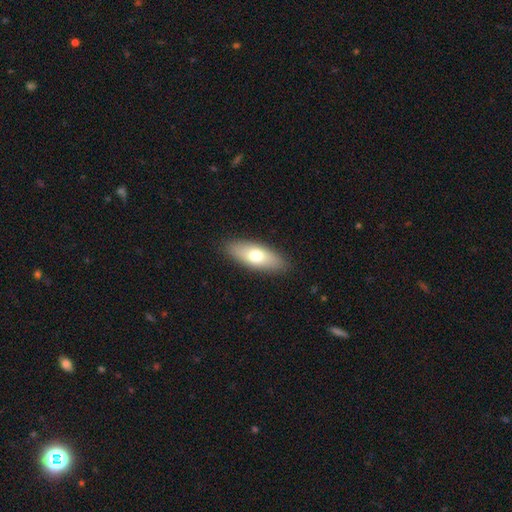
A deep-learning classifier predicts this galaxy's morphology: Smooth or featured? Predicted: smooth (p=0.70). How rounded? Predicted: in between (p=0.71). Merging? Predicted: none (p=0.88).